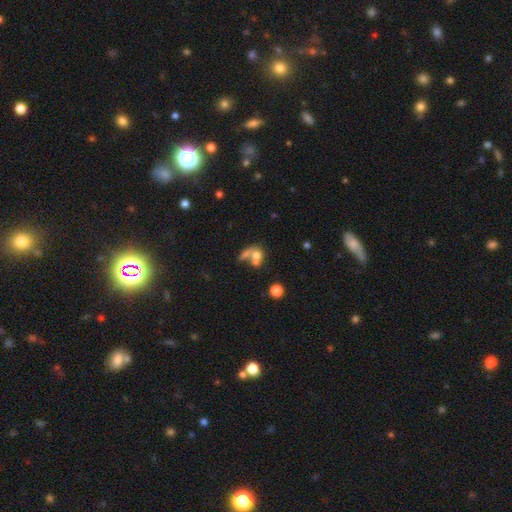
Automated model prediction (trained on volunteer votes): Overall: smooth (65%). How rounded: round (56%; in between 41%). Merging: merger (57%; none 25%).